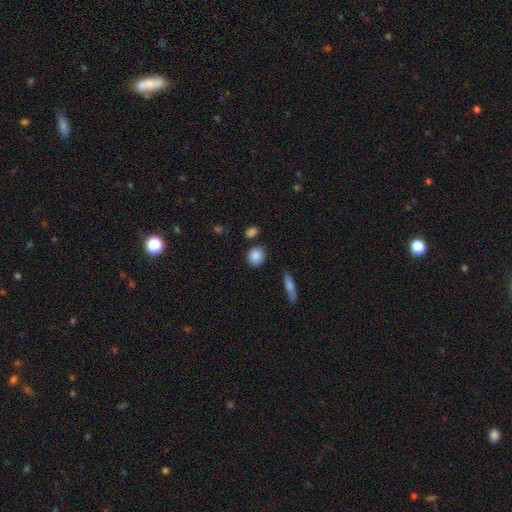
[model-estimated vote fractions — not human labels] Overall: smooth (87%). How rounded: round (74%). Merging: none (81%).